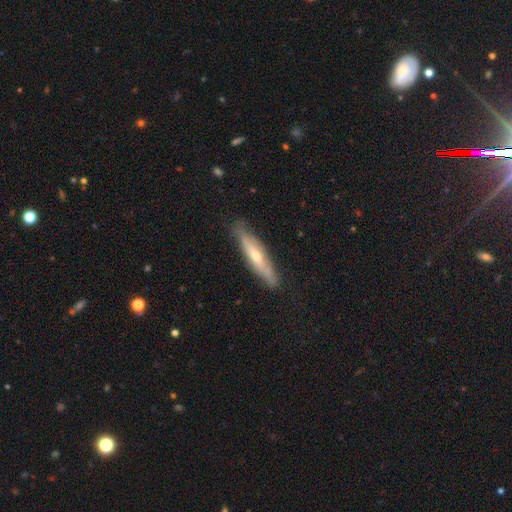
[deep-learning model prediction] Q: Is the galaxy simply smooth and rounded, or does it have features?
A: featured or disk — 60%.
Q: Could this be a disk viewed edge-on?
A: yes — 80%.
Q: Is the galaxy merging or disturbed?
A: none — 82%.